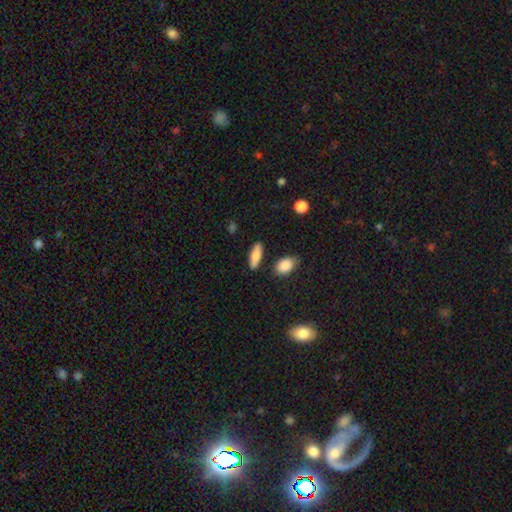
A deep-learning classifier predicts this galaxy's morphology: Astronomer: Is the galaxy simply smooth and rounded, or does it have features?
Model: smooth — 81%.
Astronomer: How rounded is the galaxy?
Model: in between — 53% (runner-up: cigar-shaped, 43%).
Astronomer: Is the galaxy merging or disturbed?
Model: none — 83%.